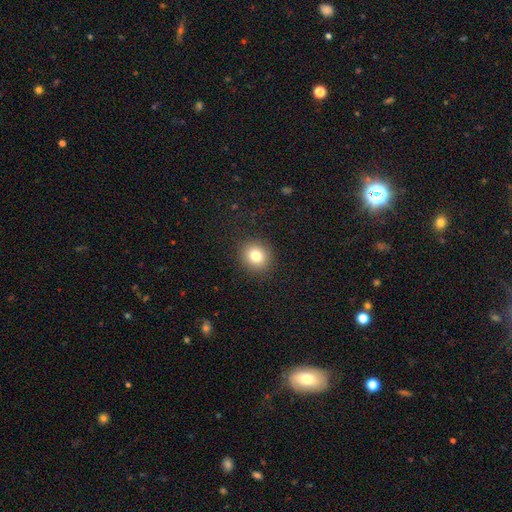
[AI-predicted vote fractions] smooth 80%, star or artifact 12%, featured or disk 8%. Down the decision tree: how rounded — round (84%); merging — none (90%).